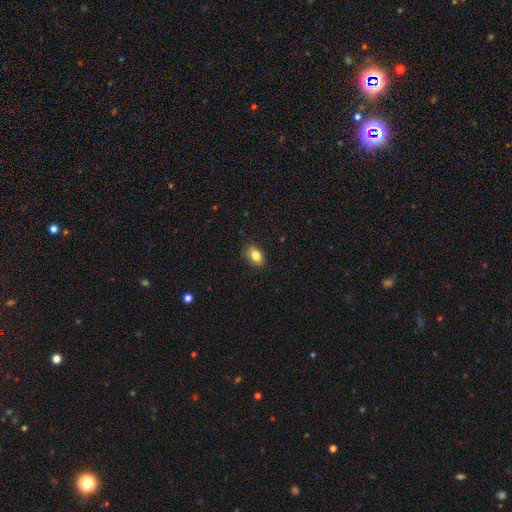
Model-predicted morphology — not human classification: A smooth galaxy with no disk features (83%) that is in between round and cigar-shaped (85%).

Vote fractions:
- Smooth or featured? smooth: 83% / star or artifact: 8% / featured or disk: 8%
- How rounded? in between: 85% / round: 13% / cigar-shaped: 2%
- Merging? none: 87% / minor disturbance: 10% / major disturbance: 2% / merger: 1%